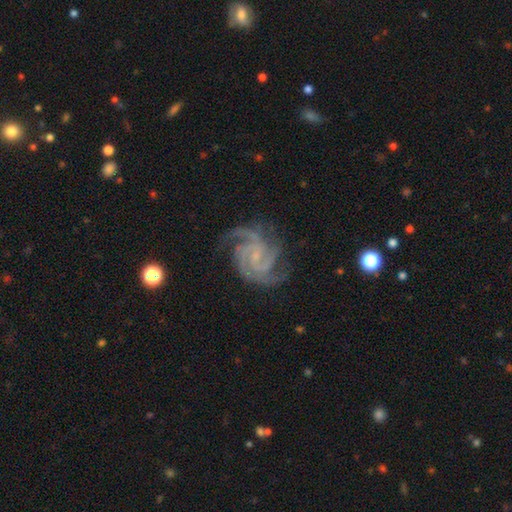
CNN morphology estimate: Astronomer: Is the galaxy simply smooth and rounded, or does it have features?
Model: featured or disk — 92%.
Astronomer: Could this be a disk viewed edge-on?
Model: no — 98%.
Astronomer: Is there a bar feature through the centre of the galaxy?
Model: no — 50% (runner-up: weak, 37%).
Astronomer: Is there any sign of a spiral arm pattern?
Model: yes — 99%.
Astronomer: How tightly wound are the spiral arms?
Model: tight — 55% (runner-up: medium, 40%).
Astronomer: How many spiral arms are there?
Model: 3 — 42% (runner-up: 4, 21%).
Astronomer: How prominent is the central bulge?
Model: small — 72%.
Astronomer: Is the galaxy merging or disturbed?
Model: none — 79%.